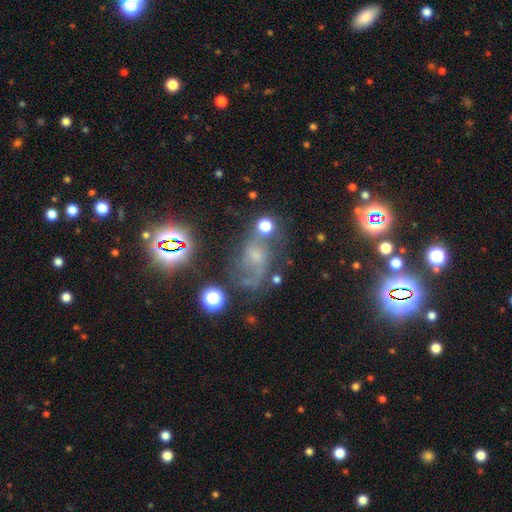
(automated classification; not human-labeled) Smooth or featured? featured or disk (42%)
Merging? none (54%)